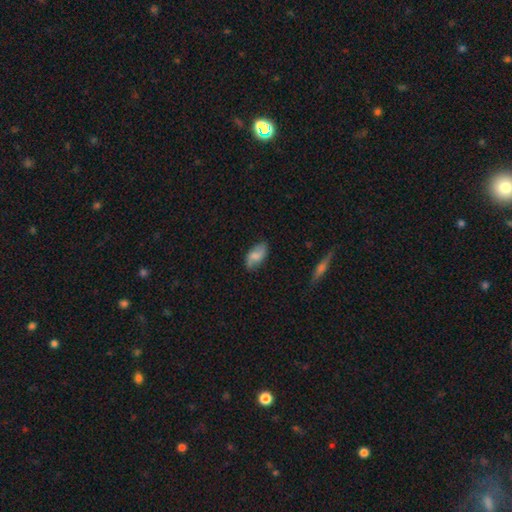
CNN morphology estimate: smooth-or-featured: smooth: 59% | featured or disk: 34% | star or artifact: 8%
  how-rounded: in between: 92% | cigar-shaped: 4% | round: 4%
  merging: none: 75% | minor disturbance: 19% | major disturbance: 4% | merger: 2%